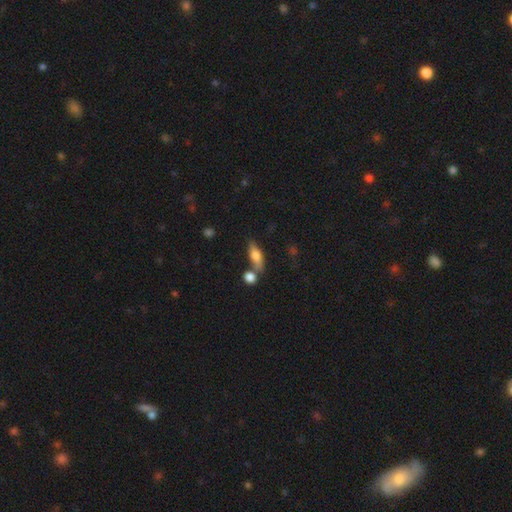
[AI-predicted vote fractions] This appears to be a smooth galaxy with no disk features (65%) that is in between round and cigar-shaped (62%). Merging: none (58%).